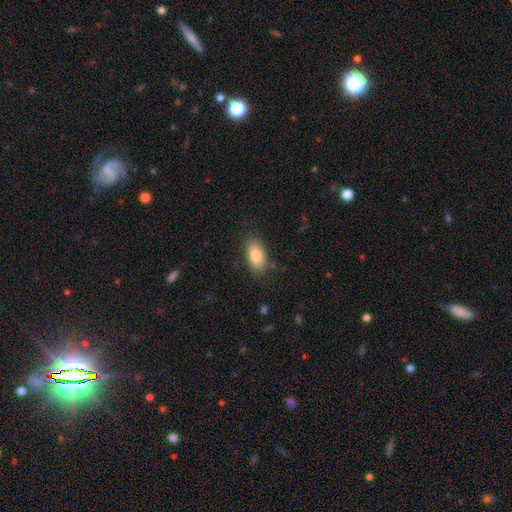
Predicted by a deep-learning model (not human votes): Q: Smooth or featured?
A: smooth (84%); runner-up: featured or disk (8%)
Q: How rounded?
A: in between (92%); runner-up: round (4%)
Q: Merging?
A: none (83%); runner-up: minor disturbance (12%)